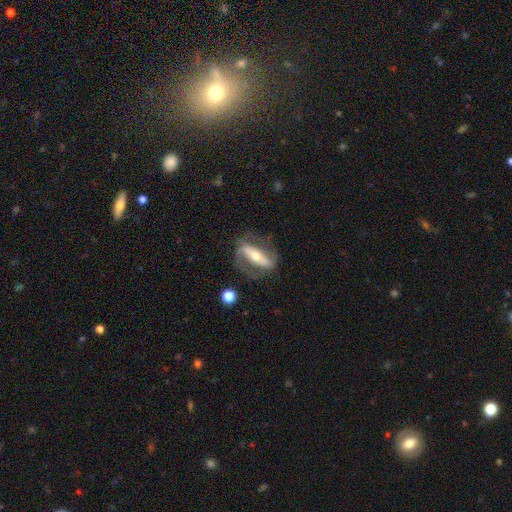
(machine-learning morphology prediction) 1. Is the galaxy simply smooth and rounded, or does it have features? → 77% featured or disk, 17% smooth, 6% star or artifact.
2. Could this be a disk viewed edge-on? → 82% no, 18% yes.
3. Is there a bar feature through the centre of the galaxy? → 70% strong, 16% no, 14% weak.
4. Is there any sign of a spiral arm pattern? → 78% yes, 22% no.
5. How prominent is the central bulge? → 50% moderate, 43% small, 4% large, 1% dominant, 1% none.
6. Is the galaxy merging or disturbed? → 71% none, 16% minor disturbance, 11% major disturbance, 2% merger.